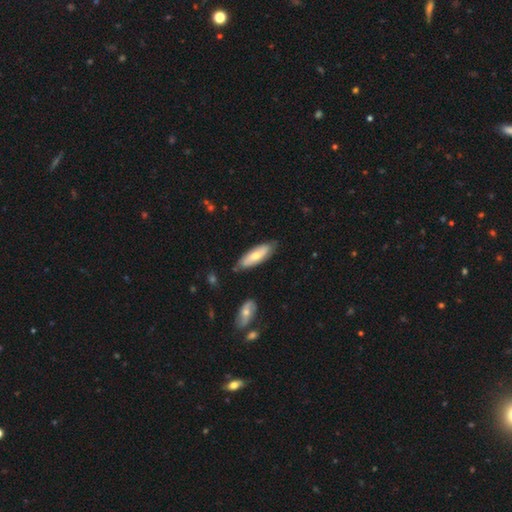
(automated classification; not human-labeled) Overall: smooth (60%; featured or disk 34%). How rounded: in between (58%; cigar-shaped 40%). Merging: none (80%).